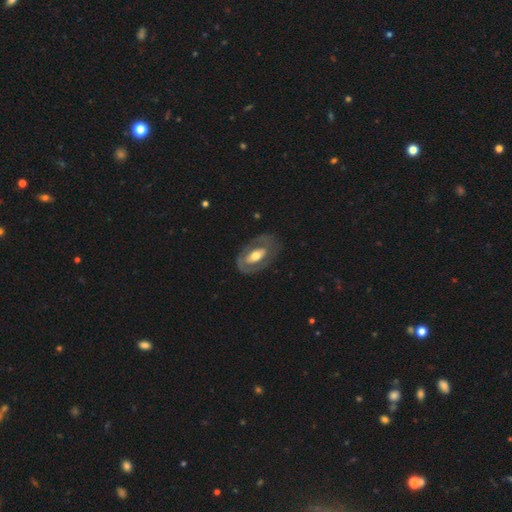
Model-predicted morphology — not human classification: featured or disk 64%, smooth 31%, star or artifact 5%. Down the decision tree: edge-on disk — no (91%); bar — no (54%); spiral arms — no (64%); bulge size — moderate (62%); merging — none (73%).